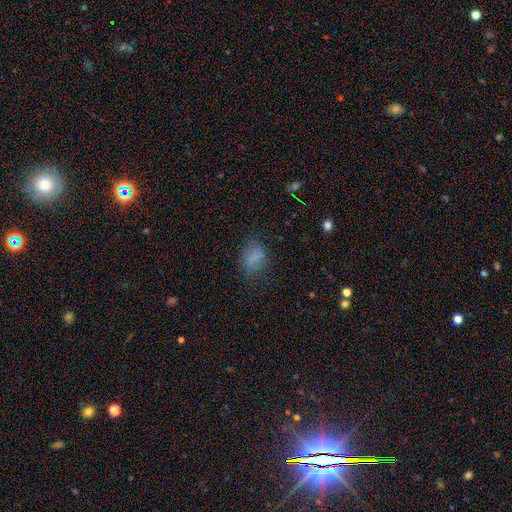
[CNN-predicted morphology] Overall: smooth (77%). How rounded: in between (74%). Merging: none (70%).